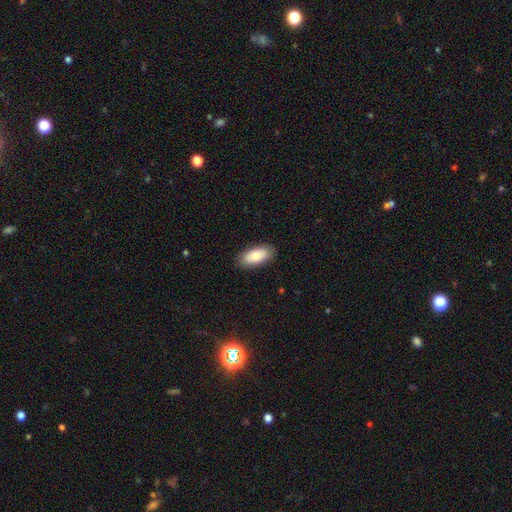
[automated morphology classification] This is likely a smooth galaxy (77%). How rounded: clearly in between (91%). Merging: clearly none (87%).